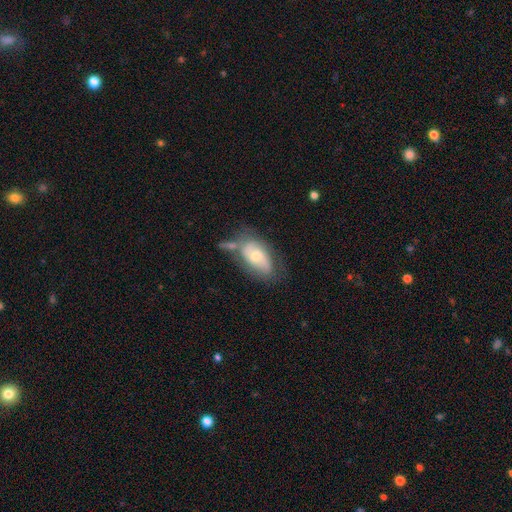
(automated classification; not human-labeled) Smooth or featured: smooth — 48% (featured or disk — 46%)
Merging: none — 41% (minor disturbance — 26%)